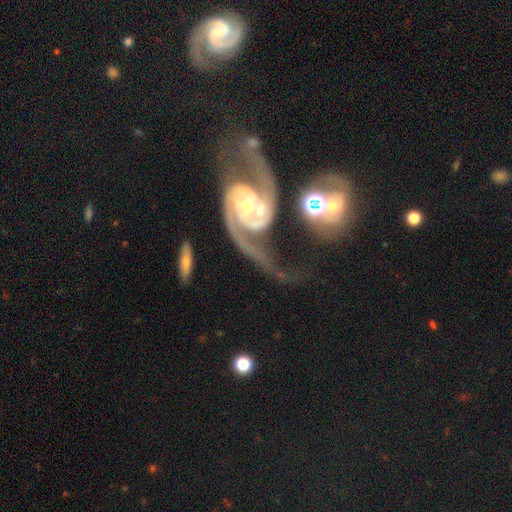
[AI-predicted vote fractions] Q: Smooth or featured?
A: featured or disk (86%); runner-up: star or artifact (9%)
Q: Edge-on disk?
A: no (96%); runner-up: yes (4%)
Q: Bar?
A: no (47%); runner-up: weak (37%)
Q: Spiral arms?
A: yes (97%); runner-up: no (3%)
Q: Spiral winding?
A: medium (51%); runner-up: loose (28%)
Q: Spiral arm count?
A: 2 (90%); runner-up: can't tell (3%)
Q: Bulge size?
A: small (52%); runner-up: moderate (38%)
Q: Merging?
A: none (43%); runner-up: merger (21%)